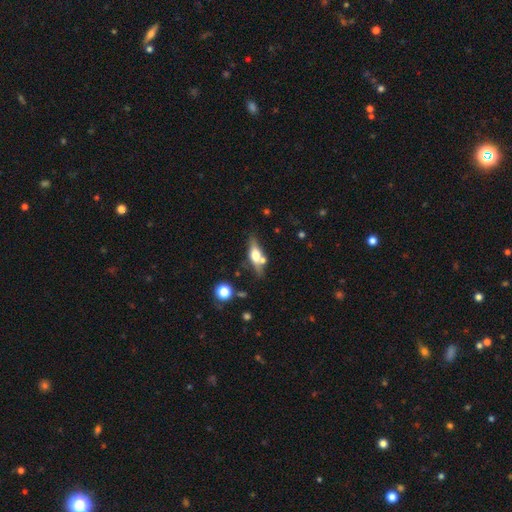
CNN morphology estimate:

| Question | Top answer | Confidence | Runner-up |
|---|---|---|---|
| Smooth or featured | featured or disk | 52% | smooth (40%) |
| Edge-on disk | yes | 85% | no (15%) |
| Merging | none | 65% | merger (16%) |